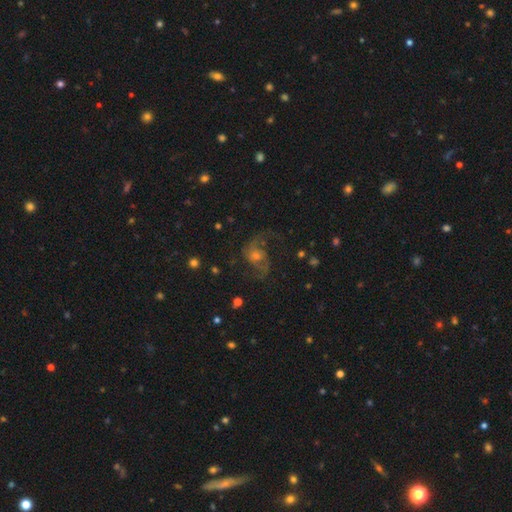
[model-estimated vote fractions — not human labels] smooth_or_featured: featured or disk (p=0.76) [alt: star or artifact p=0.12]
disk_edge_on: no (p=0.97) [alt: yes p=0.03]
bar: no (p=0.67) [alt: weak p=0.28]
has_spiral_arms: yes (p=0.94) [alt: no p=0.06]
spiral_winding: loose (p=0.48) [alt: medium p=0.42]
spiral_arm_count: 2 (p=0.84) [alt: can't tell p=0.05]
bulge_size: moderate (p=0.47) [alt: small p=0.42]
merging: none (p=0.66) [alt: major disturbance p=0.17]